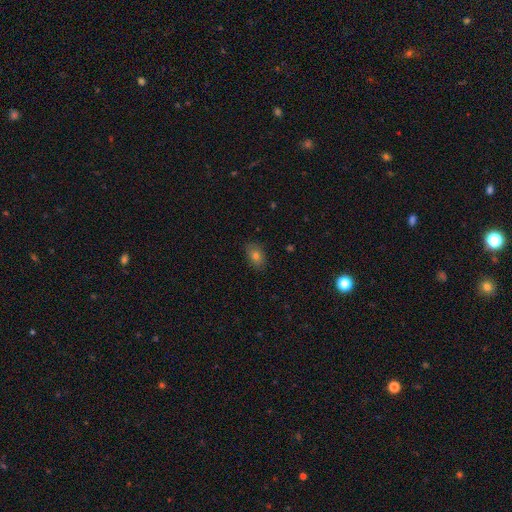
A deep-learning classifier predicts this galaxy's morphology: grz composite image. It shows a smooth galaxy with no disk features (77%) that is in between round and cigar-shaped (84%). Merging: none (85%).